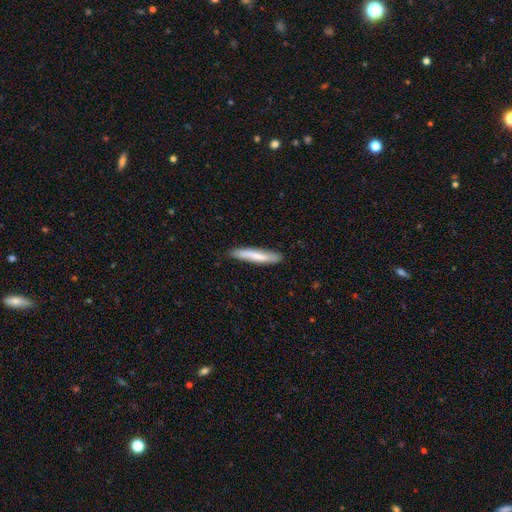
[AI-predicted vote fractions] Smooth or featured: smooth — 72% (featured or disk — 23%)
How rounded: cigar-shaped — 91% (in between — 7%)
Merging: none — 86% (minor disturbance — 11%)